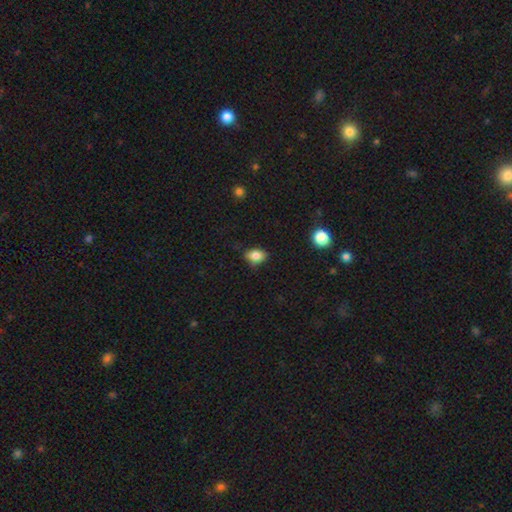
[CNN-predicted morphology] Overall: smooth (81%). How rounded: in between (67%; round 31%). Merging: none (72%).